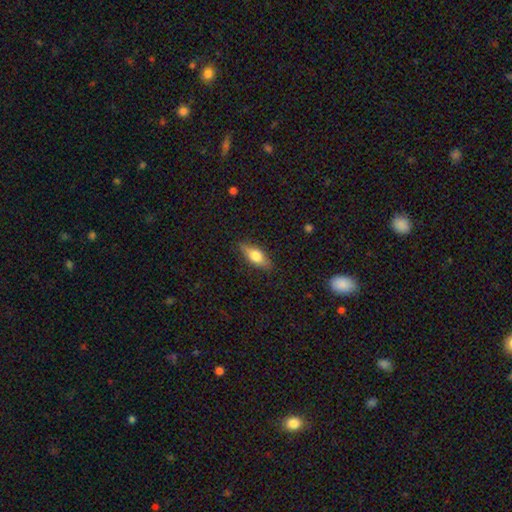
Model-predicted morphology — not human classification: Smooth or featured? Predicted: smooth (p=0.68). How rounded? Predicted: in between (p=0.72). Merging? Predicted: none (p=0.85).